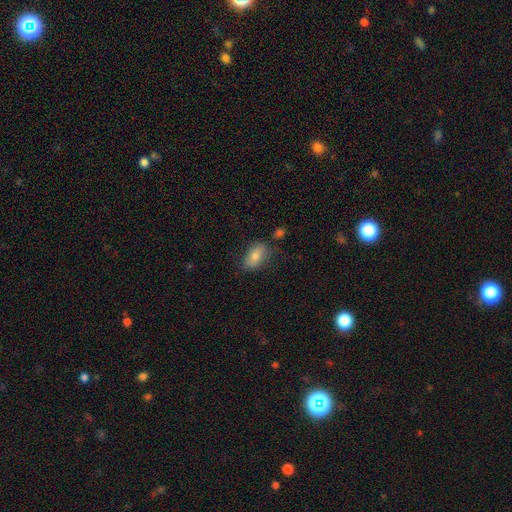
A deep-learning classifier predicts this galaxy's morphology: Smooth or featured? smooth (74%)
How rounded? in between (89%)
Merging? none (71%)